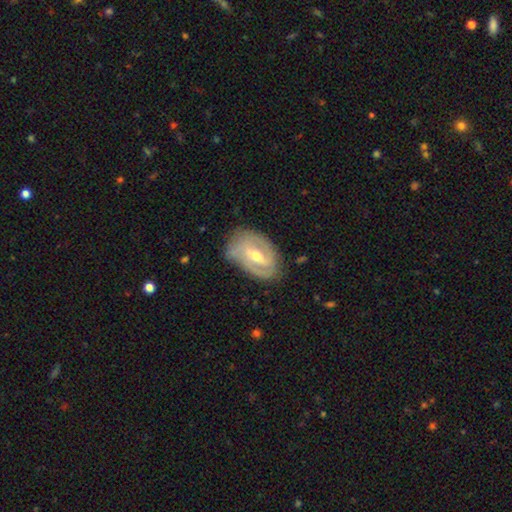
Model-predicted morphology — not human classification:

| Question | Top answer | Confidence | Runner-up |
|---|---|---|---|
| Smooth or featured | featured or disk | 78% | smooth (17%) |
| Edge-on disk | no | 95% | yes (5%) |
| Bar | weak | 44% | strong (35%) |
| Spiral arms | yes | 81% | no (19%) |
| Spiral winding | tight | 48% | medium (37%) |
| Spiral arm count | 2 | 58% | can't tell (23%) |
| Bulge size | moderate | 60% | small (36%) |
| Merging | none | 66% | minor disturbance (25%) |